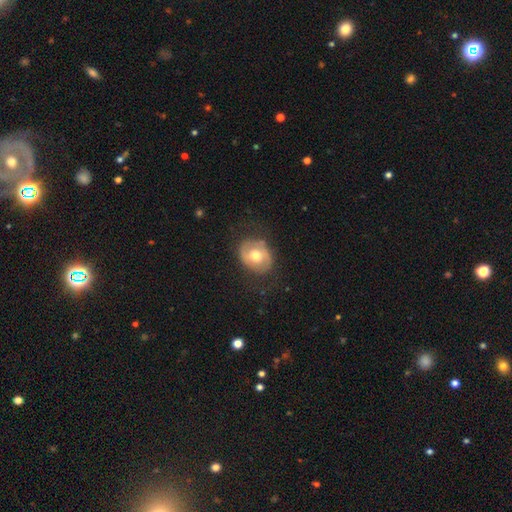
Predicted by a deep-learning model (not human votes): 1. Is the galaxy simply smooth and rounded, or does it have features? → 50% smooth, 44% featured or disk, 6% star or artifact.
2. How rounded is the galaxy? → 51% round, 48% in between, 1% cigar-shaped.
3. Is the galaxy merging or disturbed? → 73% none, 18% minor disturbance, 8% major disturbance, 1% merger.